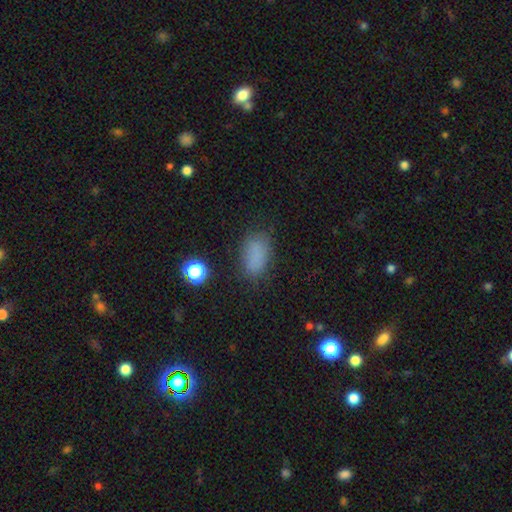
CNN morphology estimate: This is likely a smooth galaxy (80%). How rounded: clearly in between (89%). Merging: likely none (73%).